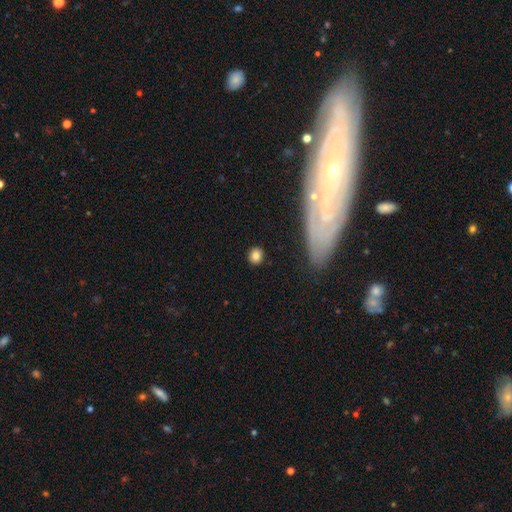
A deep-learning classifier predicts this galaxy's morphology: type=smooth (83%); roundness=round (76%); merging=none (89%).